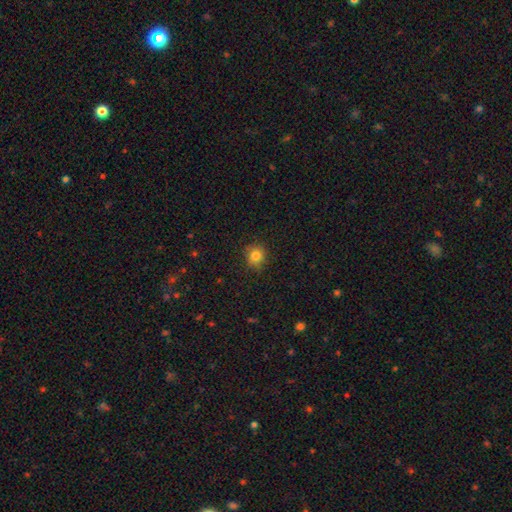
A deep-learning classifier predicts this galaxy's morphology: smooth_or_featured: smooth (p=0.82) [alt: star or artifact p=0.12]
how_rounded: round (p=0.85) [alt: in between p=0.14]
merging: none (p=0.86) [alt: minor disturbance p=0.11]